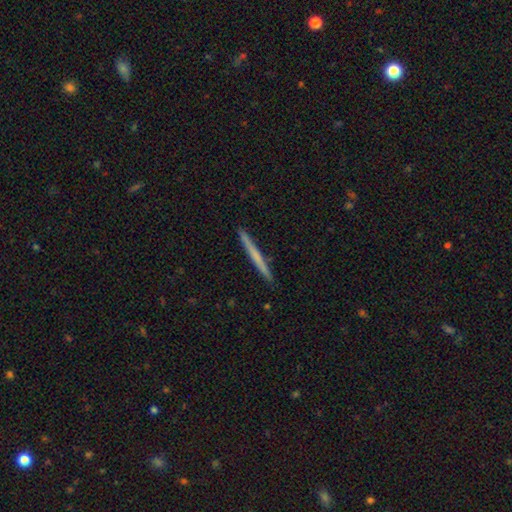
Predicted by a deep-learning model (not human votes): Smooth or featured?
  - smooth: 52% *
  - featured or disk: 43%
  - star or artifact: 5%
How rounded?
  - cigar-shaped: 97% *
  - in between: 2%
  - round: 1%
Merging?
  - none: 93% *
  - minor disturbance: 5%
  - major disturbance: 1%
  - merger: 1%